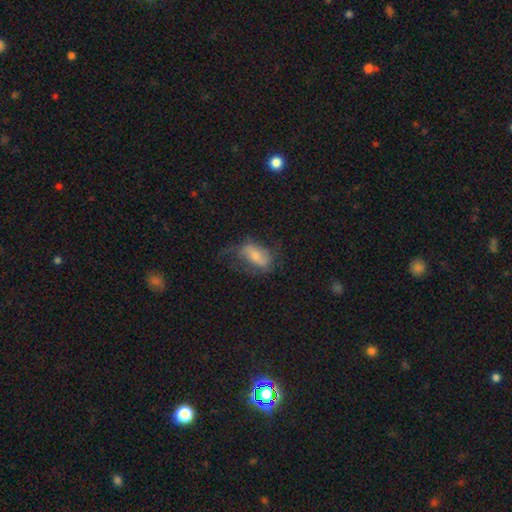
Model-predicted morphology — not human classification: smooth_or_featured: smooth (p=0.46) [tied with: featured or disk p=0.46]
merging: none (p=0.44) [alt: major disturbance p=0.29]